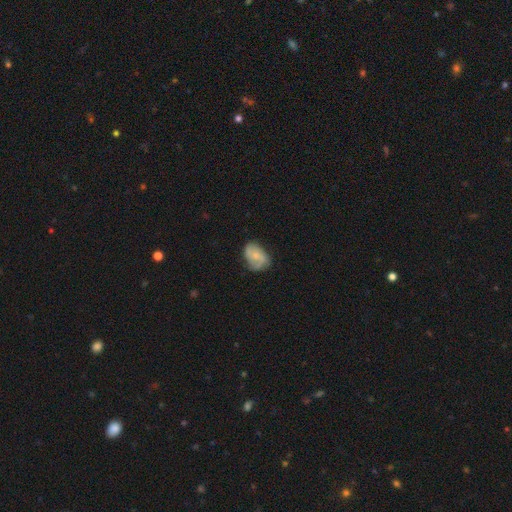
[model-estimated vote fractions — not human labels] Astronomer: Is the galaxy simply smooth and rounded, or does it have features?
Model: featured or disk — 50% (runner-up: smooth, 43%).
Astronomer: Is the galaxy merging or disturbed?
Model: none — 62%.